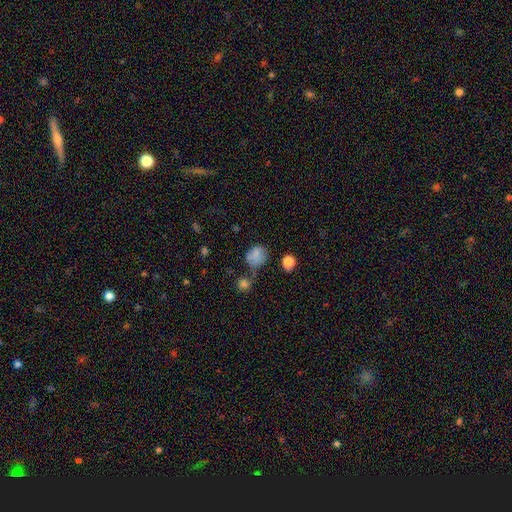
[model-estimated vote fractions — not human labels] Morphology: type=smooth (74%); roundness=round (64%); merging=none (51%).